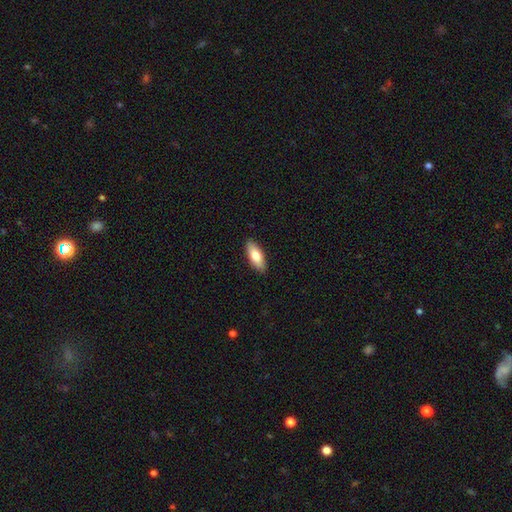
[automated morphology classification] Smooth or featured? Predicted: smooth (p=0.77). How rounded? Predicted: in between (p=0.74). Merging? Predicted: none (p=0.90).